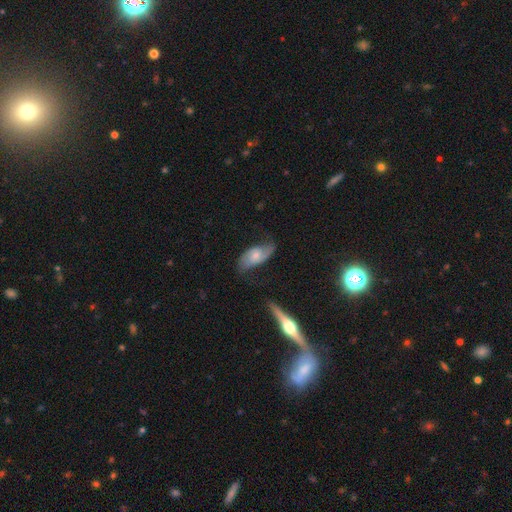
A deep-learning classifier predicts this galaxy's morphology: A featured or disk galaxy (65%) with no bar (54%), 2 (85%) loose (43%) spiral arms (89%) and a small central bulge (47%).

Vote fractions:
- Smooth or featured? featured or disk: 65% / smooth: 29% / star or artifact: 6%
- Edge-on disk? no: 92% / yes: 8%
- Bar? no: 54% / weak: 38% / strong: 8%
- Spiral arms? yes: 89% / no: 11%
- Spiral winding? loose: 43% / medium: 39% / tight: 17%
- Spiral arm count? 2: 85% / can't tell: 9% / 1: 3% / 3: 1% / 4: 1% / more than 4: 1%
- Bulge size? small: 47% / moderate: 43% / none: 5% / large: 4% / dominant: 1%
- Merging? none: 62% / minor disturbance: 25% / major disturbance: 11% / merger: 3%